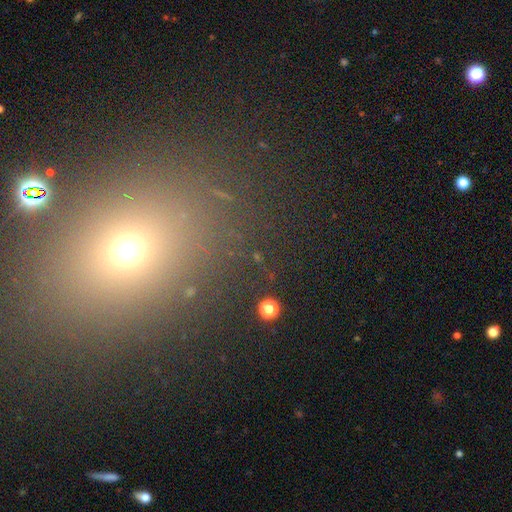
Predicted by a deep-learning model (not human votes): A smooth galaxy with no disk features (47%). Merging: none (83%).